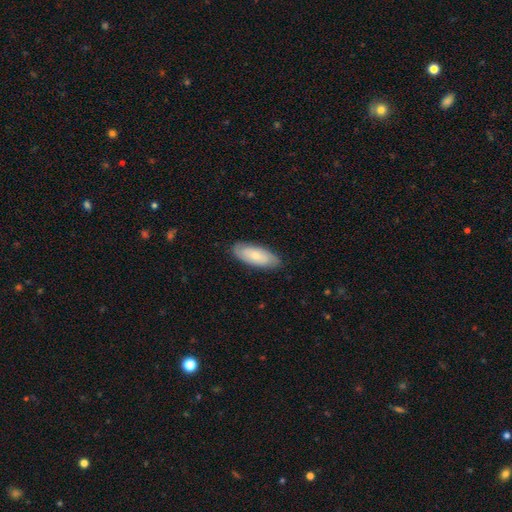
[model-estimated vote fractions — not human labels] This is possibly a smooth galaxy (59%). How rounded: clearly in between (80%). Merging: clearly none (84%).